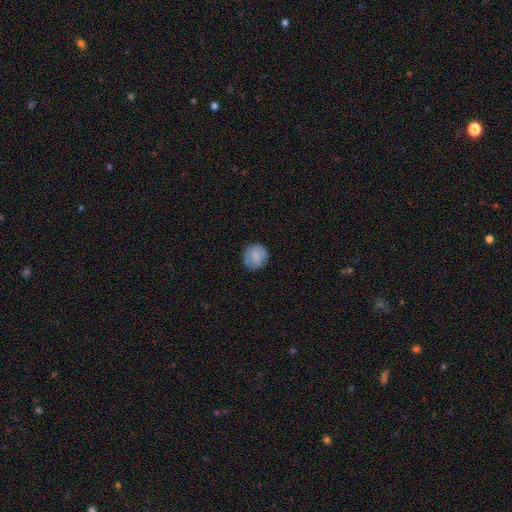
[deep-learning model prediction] smooth_or_featured: smooth (p=0.78) [alt: featured or disk p=0.15]
how_rounded: round (p=0.87) [alt: in between p=0.12]
merging: none (p=0.79) [alt: minor disturbance p=0.15]